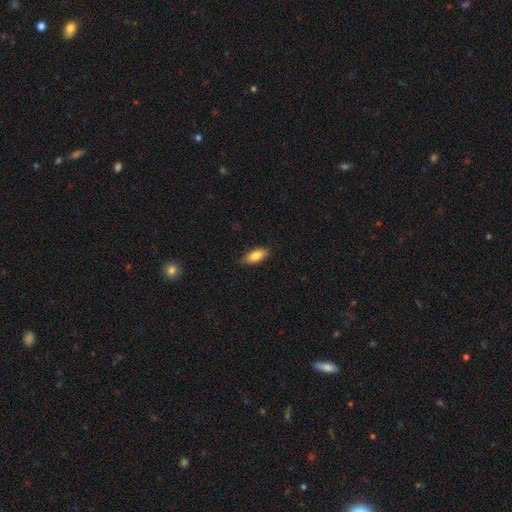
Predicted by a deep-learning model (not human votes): Q: Smooth or featured?
A: smooth (83%); runner-up: featured or disk (11%)
Q: How rounded?
A: in between (81%); runner-up: cigar-shaped (17%)
Q: Merging?
A: none (86%); runner-up: minor disturbance (11%)